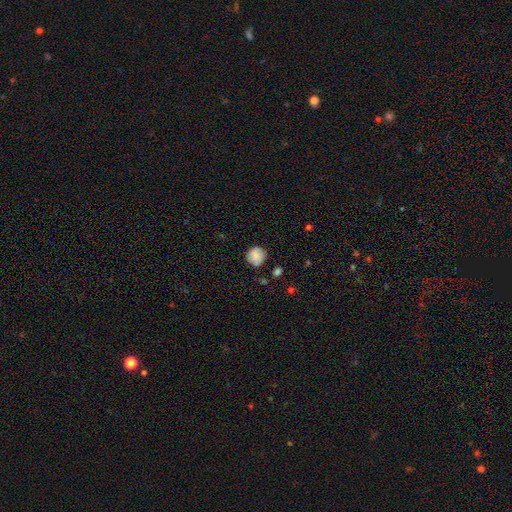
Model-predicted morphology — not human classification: Smooth or featured? Predicted: smooth (p=0.80). How rounded? Predicted: round (p=0.89). Merging? Predicted: none (p=0.76).